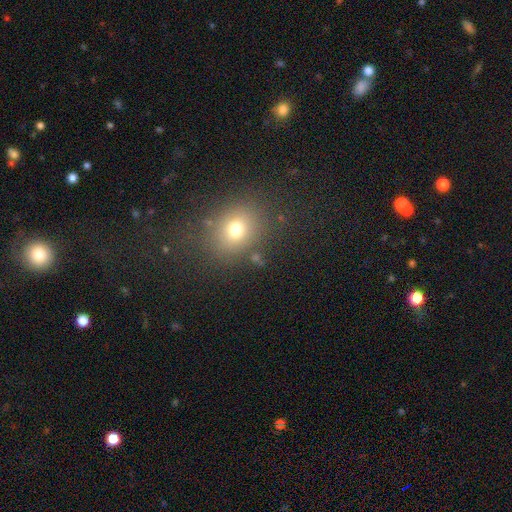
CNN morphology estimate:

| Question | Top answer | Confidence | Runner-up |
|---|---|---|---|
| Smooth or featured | smooth | 68% | star or artifact (23%) |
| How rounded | round | 63% | in between (36%) |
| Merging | none | 79% | minor disturbance (12%) |